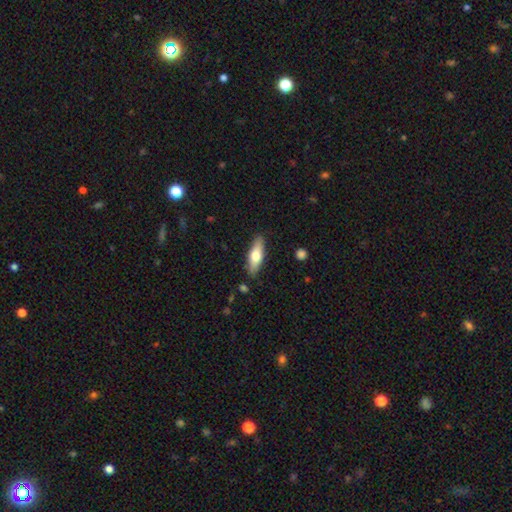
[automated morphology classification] smooth 63%, featured or disk 31%, star or artifact 6%. Down the decision tree: how rounded — in between (52%); merging — none (86%).